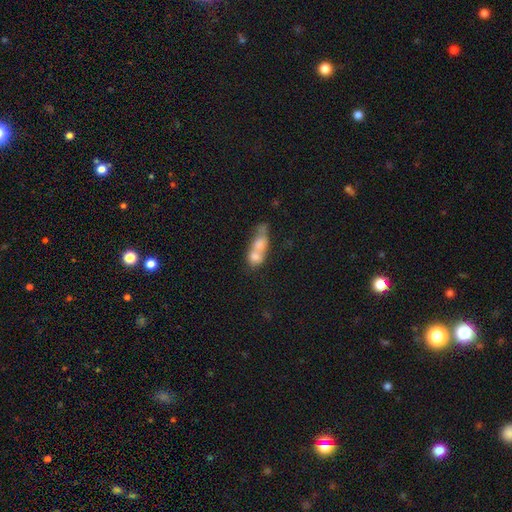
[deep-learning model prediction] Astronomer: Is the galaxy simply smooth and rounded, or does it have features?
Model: smooth — 66%.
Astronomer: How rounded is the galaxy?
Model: in between — 58%.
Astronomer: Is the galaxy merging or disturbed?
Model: merger — 73%.